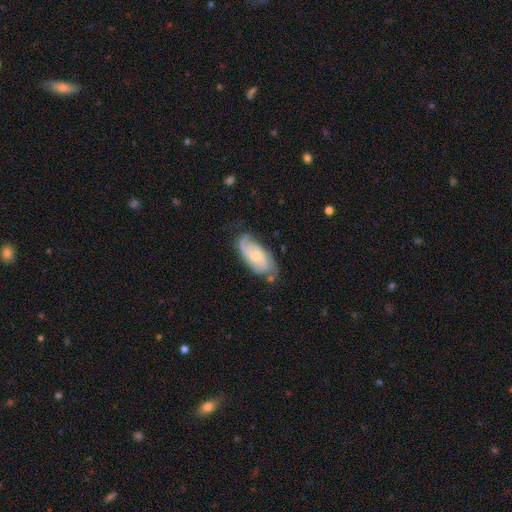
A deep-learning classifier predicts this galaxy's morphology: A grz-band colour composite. It shows a featured or disk galaxy (70%) with no bar (64%), 2 (49%) tight (40%, tied with medium) spiral arms (90%) and a moderate central bulge (50%). Merging: none (60%).